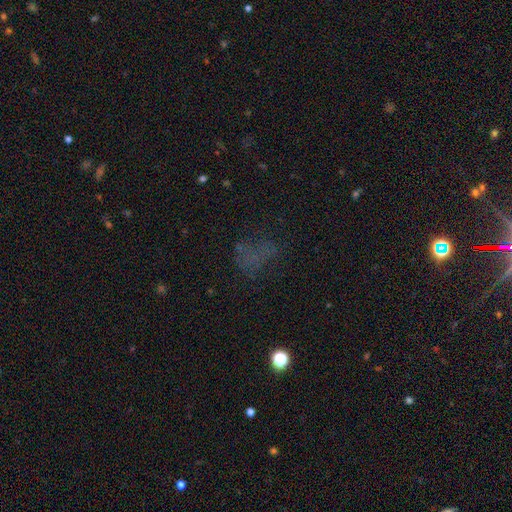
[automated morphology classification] type=star or artifact (40%).